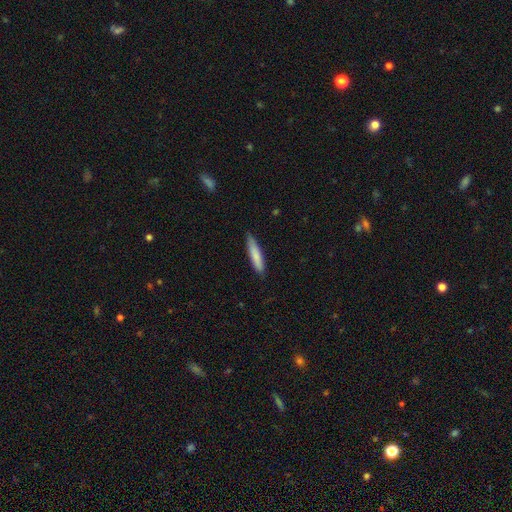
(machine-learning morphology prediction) smooth-or-featured: smooth: 81% | featured or disk: 14% | star or artifact: 5%
  how-rounded: cigar-shaped: 84% | in between: 15% | round: 1%
  merging: none: 78% | minor disturbance: 18% | major disturbance: 2% | merger: 1%